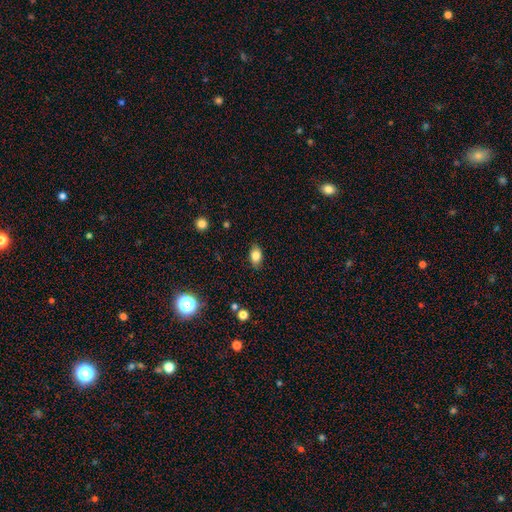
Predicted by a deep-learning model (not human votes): smooth_or_featured: smooth (p=0.83) [alt: star or artifact p=0.09]
how_rounded: in between (p=0.85) [alt: round p=0.12]
merging: none (p=0.86) [alt: minor disturbance p=0.11]